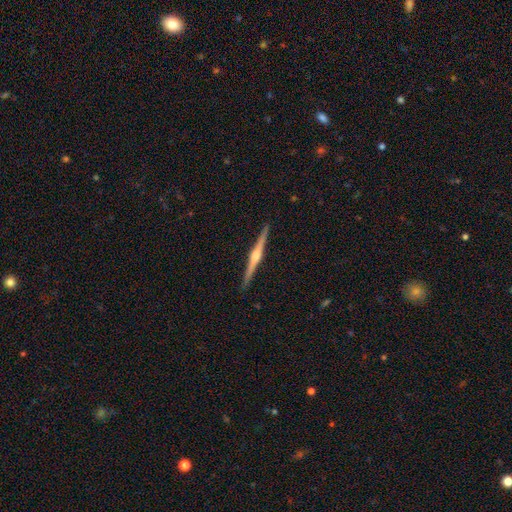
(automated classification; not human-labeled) A featured or disk galaxy (83%) viewed edge-on (99%) with a rounded central bulge (87%).

Vote fractions:
- Smooth or featured? featured or disk: 83% / smooth: 13% / star or artifact: 5%
- Edge-on disk? yes: 99% / no: 1%
- Edge-on bulge? rounded: 87% / boxy: 7% / none: 5%
- Merging? none: 93% / minor disturbance: 5% / major disturbance: 1% / merger: 1%